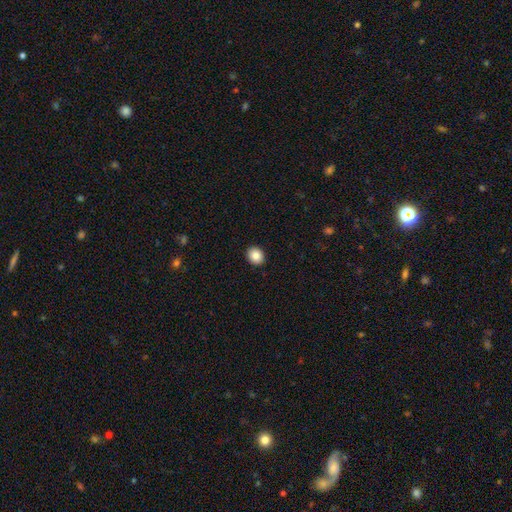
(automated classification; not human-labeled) Smooth or featured? smooth (86%)
How rounded? round (67%)
Merging? none (92%)